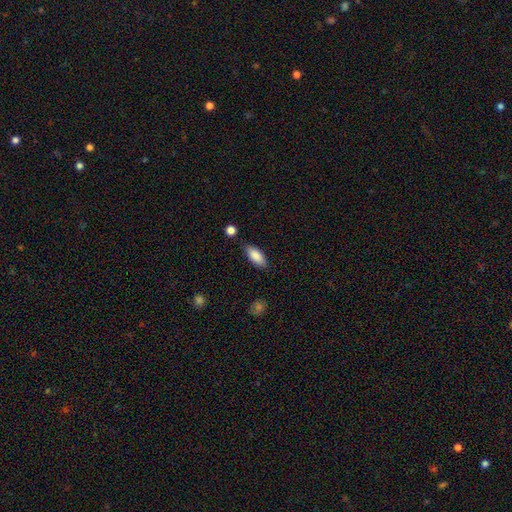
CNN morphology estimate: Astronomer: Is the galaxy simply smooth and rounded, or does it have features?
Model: smooth — 87%.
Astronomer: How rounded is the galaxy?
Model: in between — 83%.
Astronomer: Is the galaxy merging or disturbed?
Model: none — 82%.